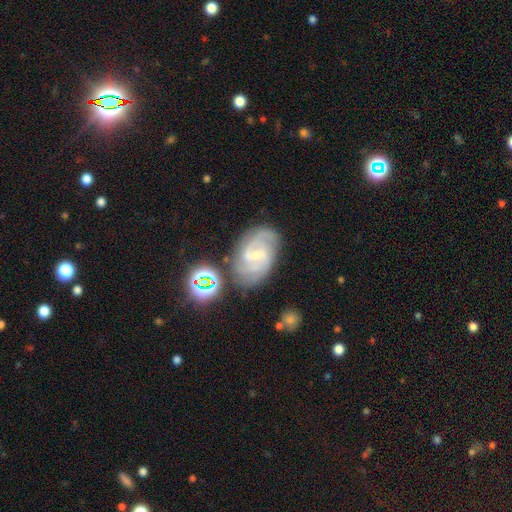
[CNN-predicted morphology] A featured or disk galaxy (81%) with a weak bar (57%), 2 (56%) medium (45%) spiral arms (96%) and a small central bulge (71%). Merging: none (73%).